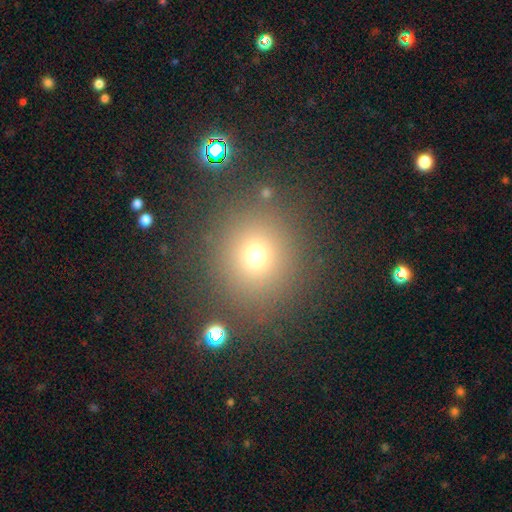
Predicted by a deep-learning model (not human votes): smooth_or_featured: smooth (p=0.66) [alt: star or artifact p=0.25]
how_rounded: round (p=0.91) [alt: in between p=0.08]
merging: none (p=0.87) [alt: minor disturbance p=0.06]